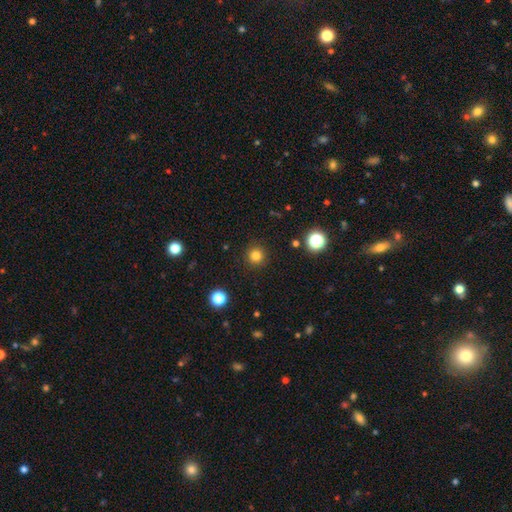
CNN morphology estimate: type=smooth (81%); roundness=round (96%); merging=none (92%).